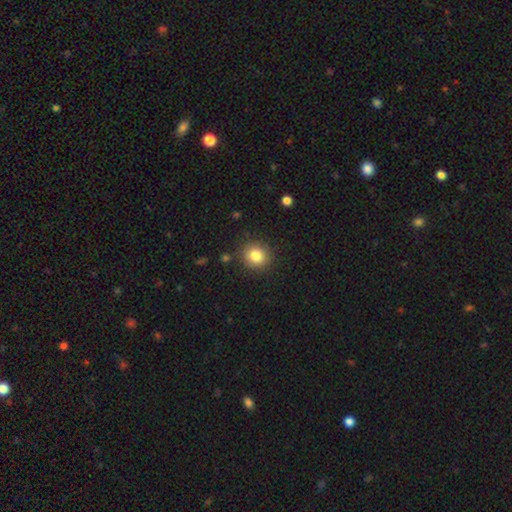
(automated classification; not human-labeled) smooth 82%, star or artifact 11%, featured or disk 7%. Down the decision tree: how rounded — round (86%); merging — none (88%).